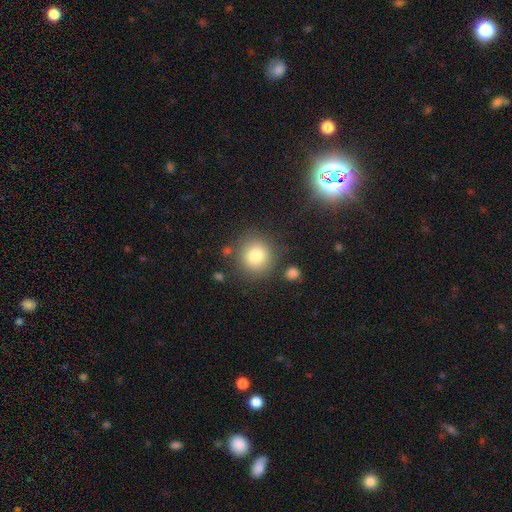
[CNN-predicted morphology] Smooth or featured? Predicted: smooth (p=0.81). How rounded? Predicted: round (p=0.89). Merging? Predicted: none (p=0.80).